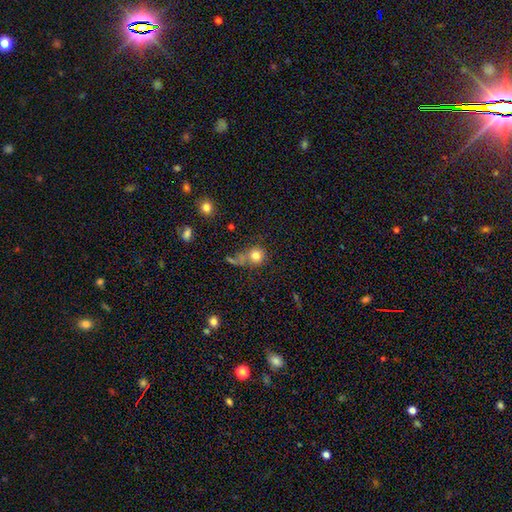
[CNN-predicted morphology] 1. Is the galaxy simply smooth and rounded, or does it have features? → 79% smooth, 11% star or artifact, 9% featured or disk.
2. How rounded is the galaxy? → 87% round, 12% in between, 1% cigar-shaped.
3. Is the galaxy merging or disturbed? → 54% none, 20% merger, 15% minor disturbance, 12% major disturbance.